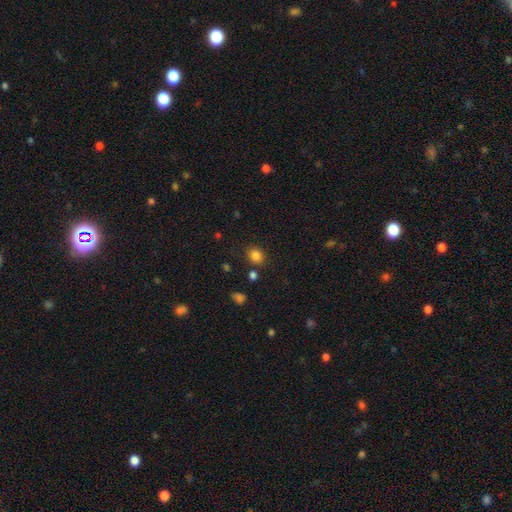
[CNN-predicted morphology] Smooth or featured: smooth — 83% (star or artifact — 12%)
How rounded: round — 68% (in between — 31%)
Merging: none — 81% (minor disturbance — 11%)